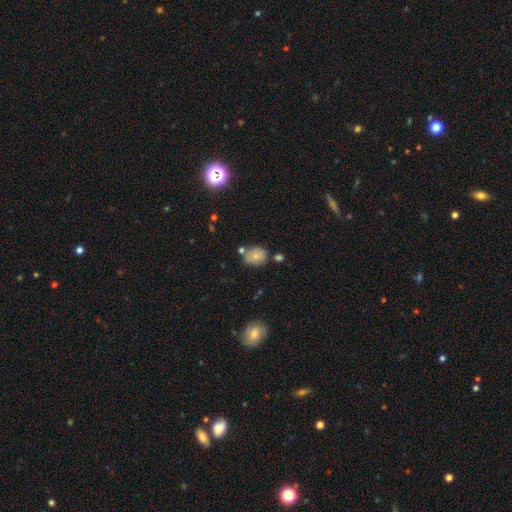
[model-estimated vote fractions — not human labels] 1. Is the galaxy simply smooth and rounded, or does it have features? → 72% smooth, 18% featured or disk, 11% star or artifact.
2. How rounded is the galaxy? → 50% round, 49% in between, 1% cigar-shaped.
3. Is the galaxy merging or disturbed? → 60% none, 20% minor disturbance, 15% merger, 5% major disturbance.